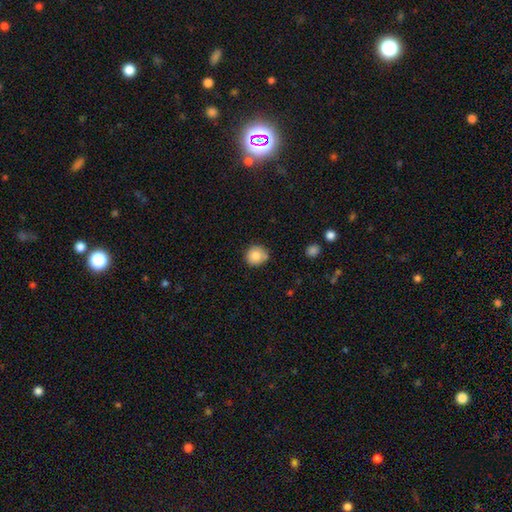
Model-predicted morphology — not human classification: smooth 83%, star or artifact 9%, featured or disk 7%. Down the decision tree: how rounded — round (88%); merging — none (75%).